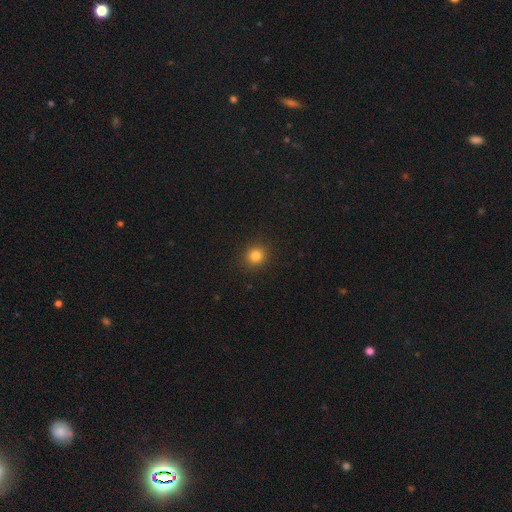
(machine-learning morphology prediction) Smooth or featured: smooth — 82% (star or artifact — 13%)
How rounded: round — 88% (in between — 11%)
Merging: none — 92% (minor disturbance — 5%)